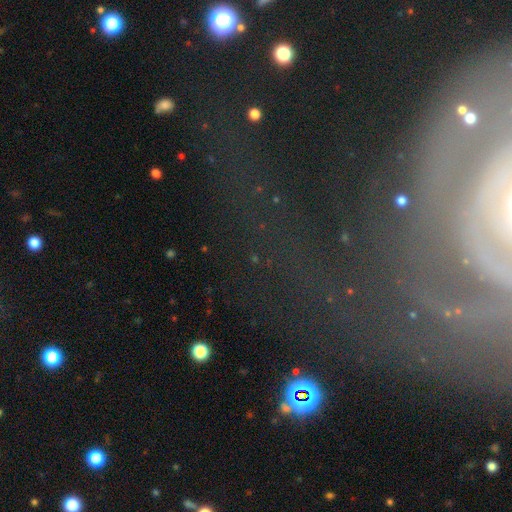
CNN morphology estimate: smooth-or-featured: star or artifact: 45% | featured or disk: 36% | smooth: 19%